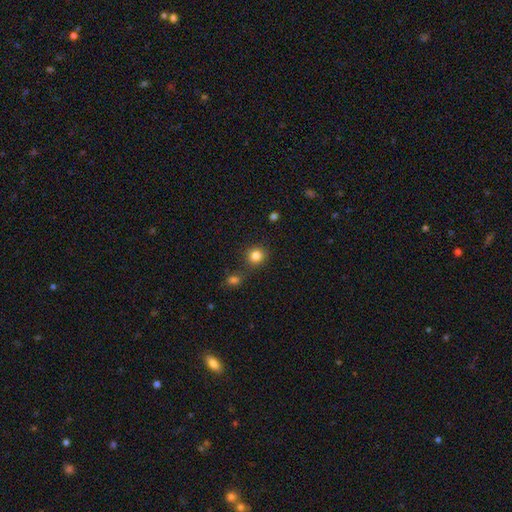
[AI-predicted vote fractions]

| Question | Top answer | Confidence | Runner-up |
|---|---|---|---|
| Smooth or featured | smooth | 84% | star or artifact (12%) |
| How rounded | round | 89% | in between (10%) |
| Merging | none | 80% | minor disturbance (9%) |